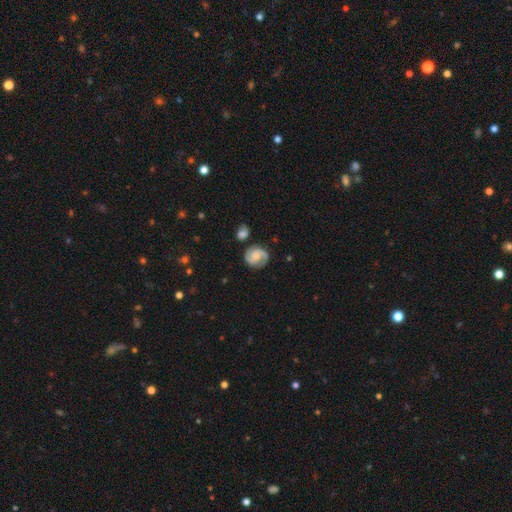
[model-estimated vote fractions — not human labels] Smooth or featured? featured or disk (76%)
Edge-on disk? no (98%)
Bar? no (60%)
Spiral arms? yes (96%)
Spiral winding? tight (44%, tied with medium)
Spiral arm count? 2 (84%)
Bulge size? none (36%)
Merging? none (73%)